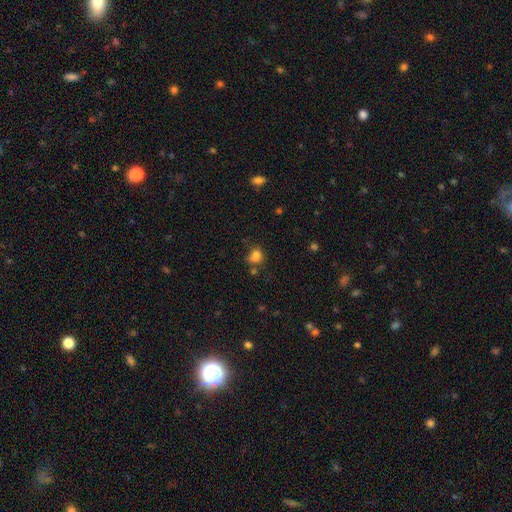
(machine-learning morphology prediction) Q: Smooth or featured?
A: smooth (79%); runner-up: star or artifact (14%)
Q: How rounded?
A: round (55%); runner-up: in between (44%)
Q: Merging?
A: none (48%); runner-up: minor disturbance (26%)